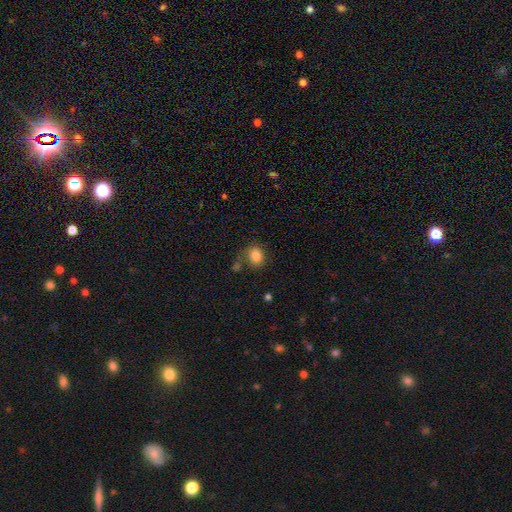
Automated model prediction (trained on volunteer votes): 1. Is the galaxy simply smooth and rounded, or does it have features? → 83% smooth, 10% star or artifact, 7% featured or disk.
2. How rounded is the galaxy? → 57% round, 42% in between, 1% cigar-shaped.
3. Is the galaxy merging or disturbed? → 66% none, 17% minor disturbance, 10% merger, 7% major disturbance.